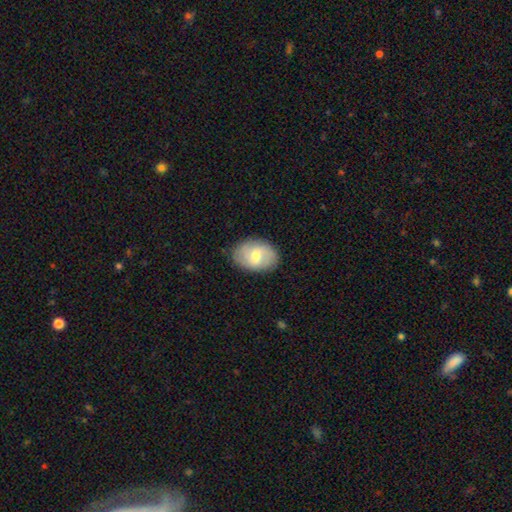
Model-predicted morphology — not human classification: Smooth or featured?
  - smooth: 55% *
  - featured or disk: 38%
  - star or artifact: 6%
How rounded?
  - in between: 79% *
  - round: 20%
  - cigar-shaped: 1%
Merging?
  - none: 83% *
  - minor disturbance: 13%
  - major disturbance: 3%
  - merger: 1%